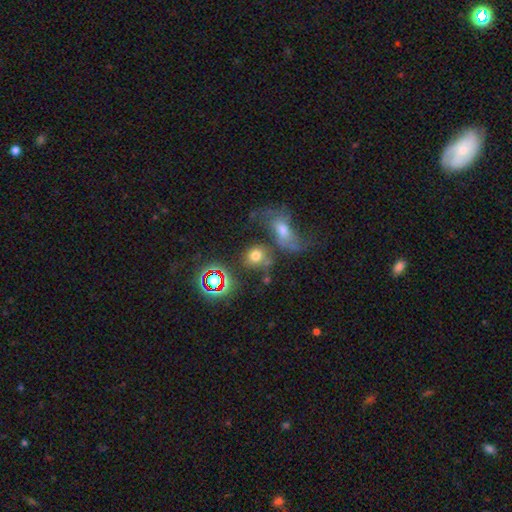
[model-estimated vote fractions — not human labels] Smooth or featured? Predicted: smooth (p=0.65). How rounded? Predicted: round (p=0.67). Merging? Predicted: none (p=0.40).